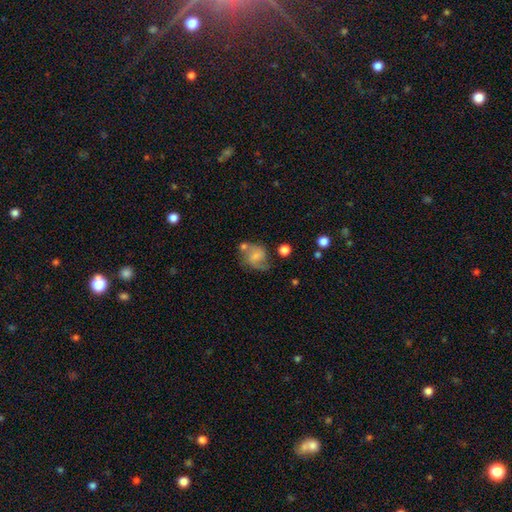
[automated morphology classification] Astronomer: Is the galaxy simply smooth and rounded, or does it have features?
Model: smooth — 47% (runner-up: featured or disk, 43%).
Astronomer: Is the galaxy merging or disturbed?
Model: none — 48% (runner-up: minor disturbance, 24%).